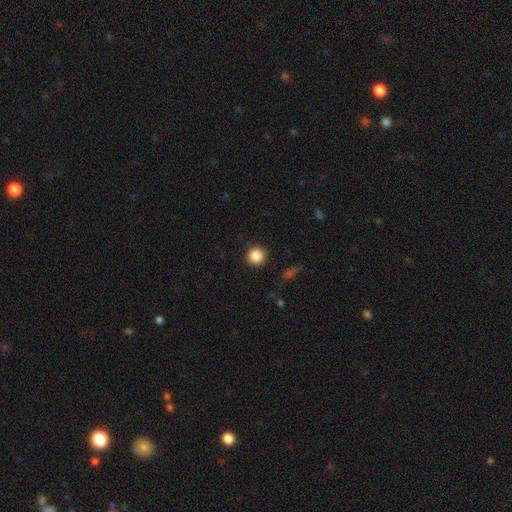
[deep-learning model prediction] This appears to be a smooth galaxy with no disk features (87%) that is round (95%). Merging: none (89%).